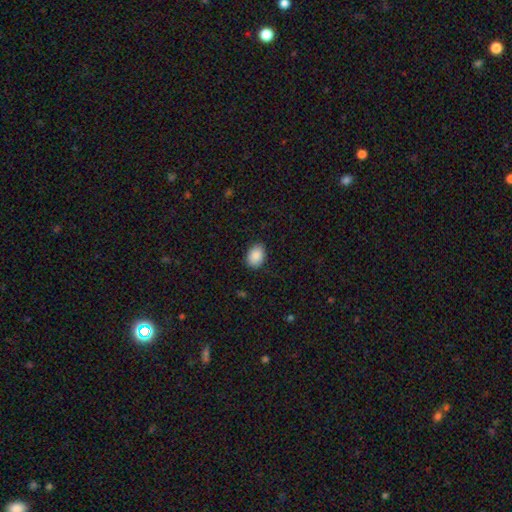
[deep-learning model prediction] Overall: smooth (89%). How rounded: in between (69%; round 30%). Merging: none (84%).